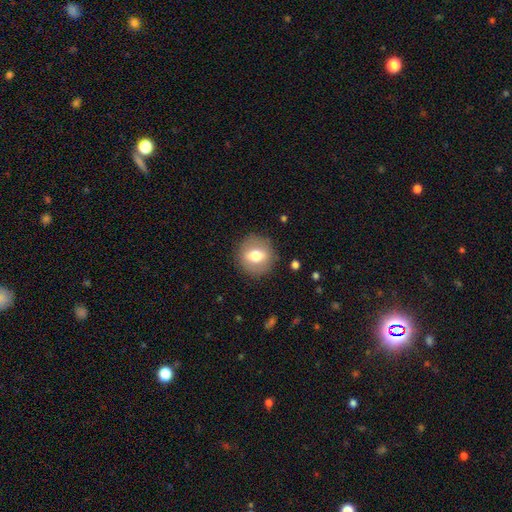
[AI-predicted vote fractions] A smooth galaxy with no disk features (64%) that is round (84%). Merging: none (87%).